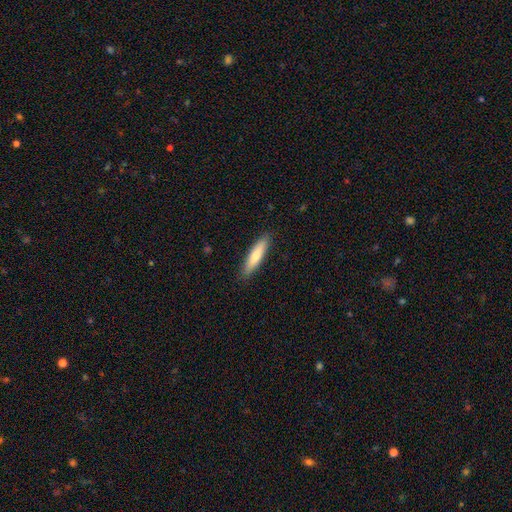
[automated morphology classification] smooth-or-featured: smooth: 72% | featured or disk: 22% | star or artifact: 5%
  how-rounded: cigar-shaped: 79% | in between: 20% | round: 1%
  merging: none: 88% | minor disturbance: 9% | major disturbance: 2% | merger: 1%